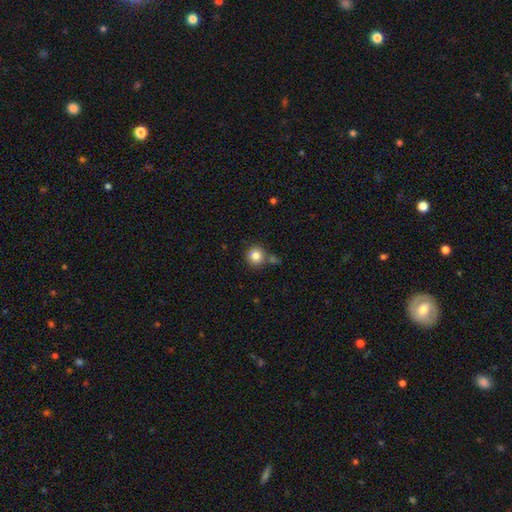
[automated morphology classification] Smooth or featured? smooth (83%)
How rounded? round (93%)
Merging? none (70%)